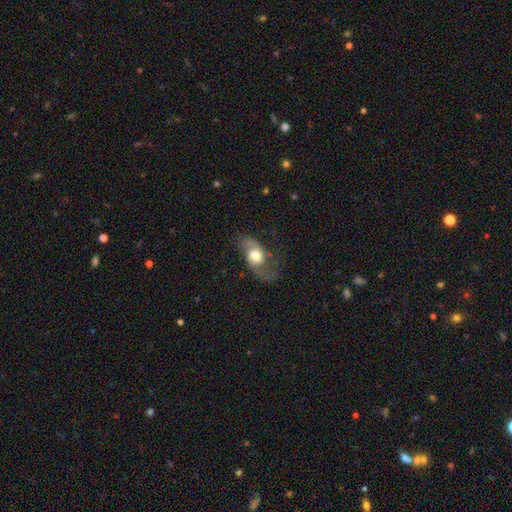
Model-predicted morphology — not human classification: Smooth or featured?
  - featured or disk: 57% *
  - smooth: 36%
  - star or artifact: 7%
Edge-on disk?
  - no: 93% *
  - yes: 7%
Bar?
  - no: 67% *
  - weak: 25%
  - strong: 7%
Spiral arms?
  - yes: 80% *
  - no: 20%
Bulge size?
  - moderate: 56% *
  - large: 32%
  - small: 7%
  - dominant: 4%
  - none: 1%
Merging?
  - none: 45% *
  - major disturbance: 29%
  - minor disturbance: 24%
  - merger: 2%